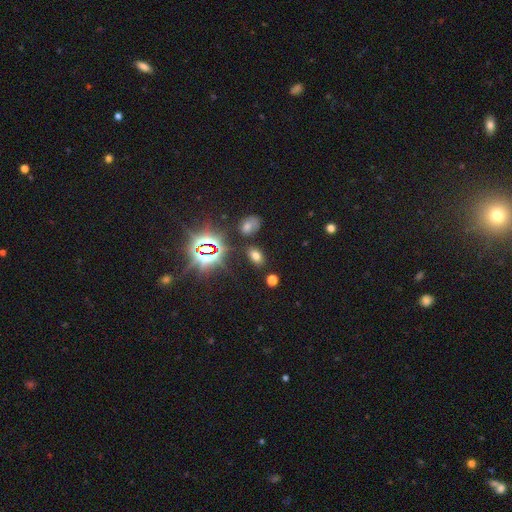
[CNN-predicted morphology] This appears to be a smooth galaxy with no disk features (59%) that is in between round and cigar-shaped (89%). Merging: none (83%).